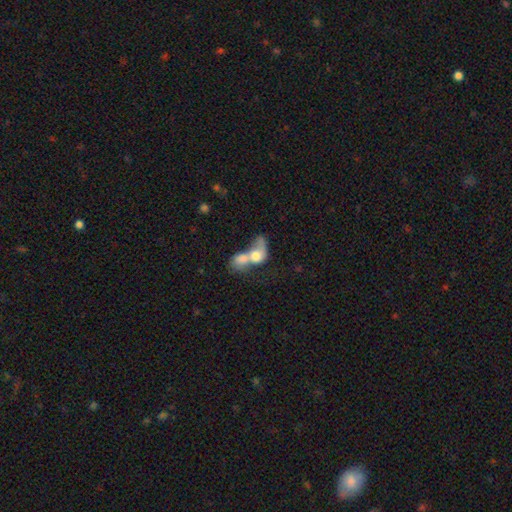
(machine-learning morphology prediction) smooth_or_featured: smooth (p=0.62) [alt: featured or disk p=0.30]
how_rounded: in between (p=0.65) [alt: round p=0.30]
merging: merger (p=0.83) [alt: major disturbance p=0.08]